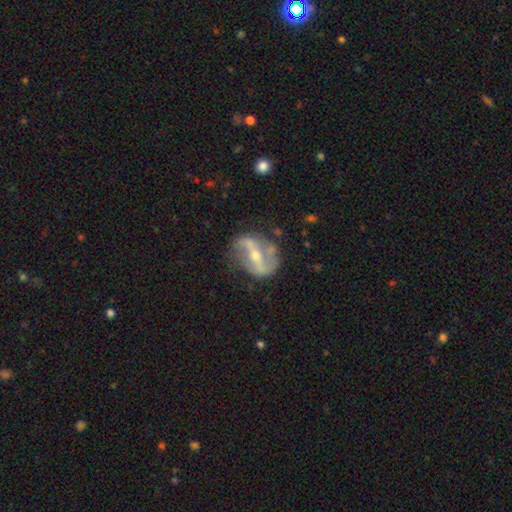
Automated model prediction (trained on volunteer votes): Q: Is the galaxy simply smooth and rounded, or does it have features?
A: featured or disk — 83%.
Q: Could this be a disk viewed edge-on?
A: no — 94%.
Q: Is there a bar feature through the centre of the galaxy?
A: strong — 63%.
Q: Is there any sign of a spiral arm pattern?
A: yes — 83%.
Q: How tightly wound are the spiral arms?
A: loose — 50%.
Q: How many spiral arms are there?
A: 2 — 87%.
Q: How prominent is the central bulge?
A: moderate — 48%.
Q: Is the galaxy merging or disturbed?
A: none — 69%.